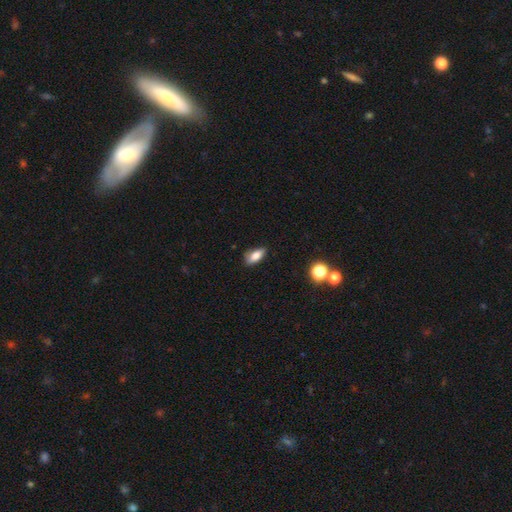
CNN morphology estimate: smooth 81%, featured or disk 10%, star or artifact 9%. Down the decision tree: how rounded — in between (84%); merging — none (78%).